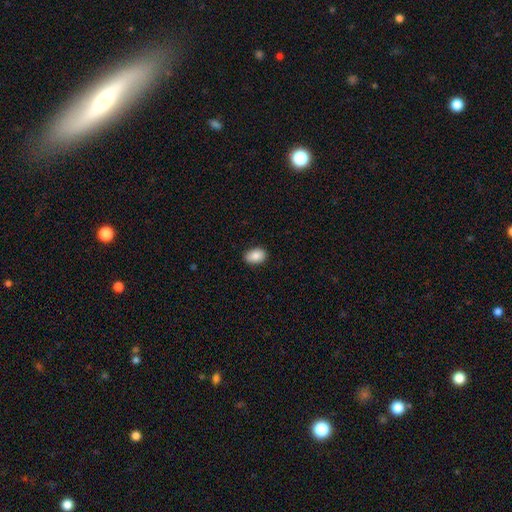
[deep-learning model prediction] Smooth or featured?
  - smooth: 86% *
  - star or artifact: 7%
  - featured or disk: 7%
How rounded?
  - in between: 85% *
  - round: 13%
  - cigar-shaped: 1%
Merging?
  - none: 88% *
  - minor disturbance: 9%
  - major disturbance: 2%
  - merger: 1%